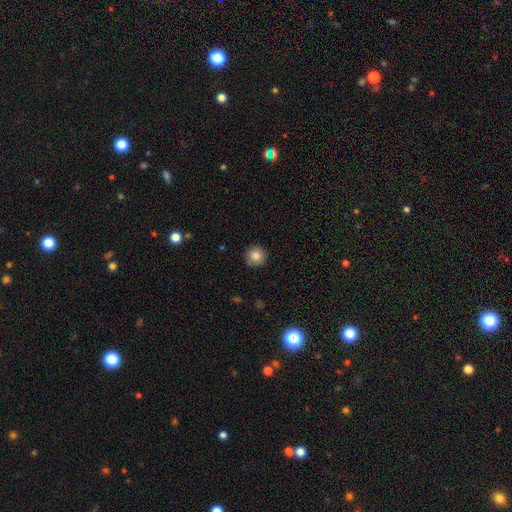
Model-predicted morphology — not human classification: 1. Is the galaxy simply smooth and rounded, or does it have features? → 83% smooth, 10% star or artifact, 7% featured or disk.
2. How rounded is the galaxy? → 96% round, 3% in between, 1% cigar-shaped.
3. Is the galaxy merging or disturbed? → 91% none, 6% minor disturbance, 2% major disturbance, 1% merger.